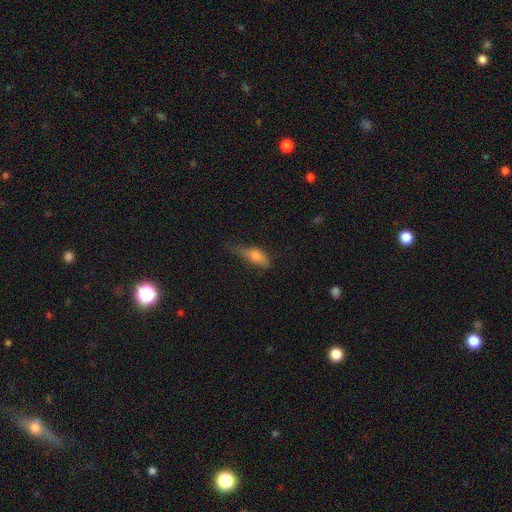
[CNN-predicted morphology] Smooth or featured? smooth (67%)
How rounded? in between (54%)
Merging? none (40%)